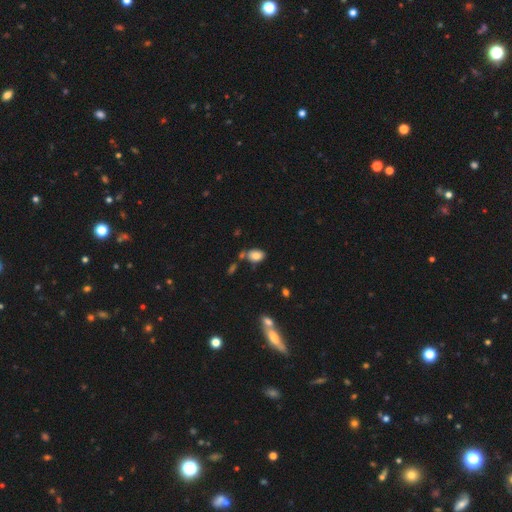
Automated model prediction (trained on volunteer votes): Smooth or featured? smooth (81%)
How rounded? in between (81%)
Merging? none (66%)